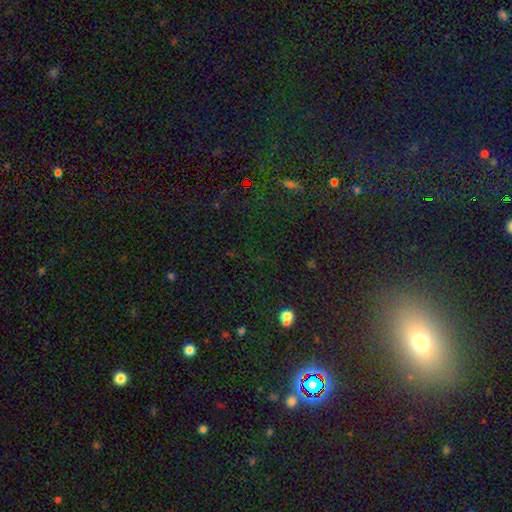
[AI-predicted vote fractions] A star or artifact, not a galaxy (67%).